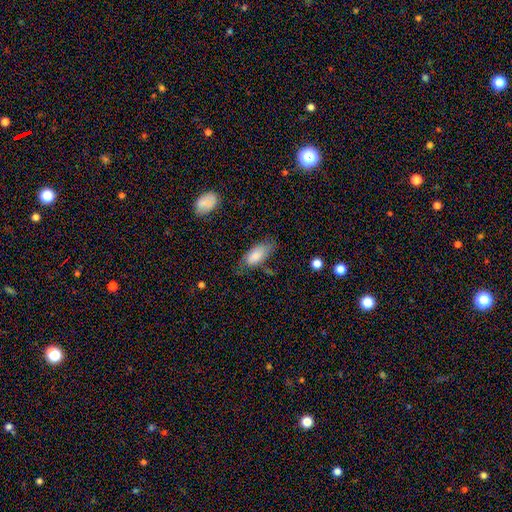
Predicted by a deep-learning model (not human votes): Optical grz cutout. It shows a smooth galaxy with no disk features (72%) that is in between round and cigar-shaped (88%). Merging: none (58%).